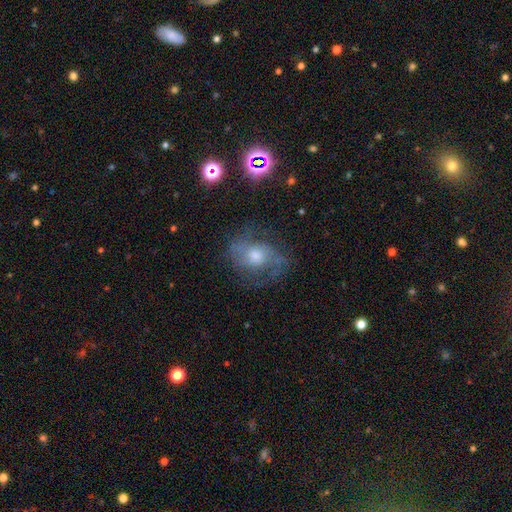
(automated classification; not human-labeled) This appears to be a featured or disk galaxy (68%) with no bar (69%), 2 (68%) medium (49%) spiral arms (84%) and a moderate central bulge (57%). Merging: none (63%).